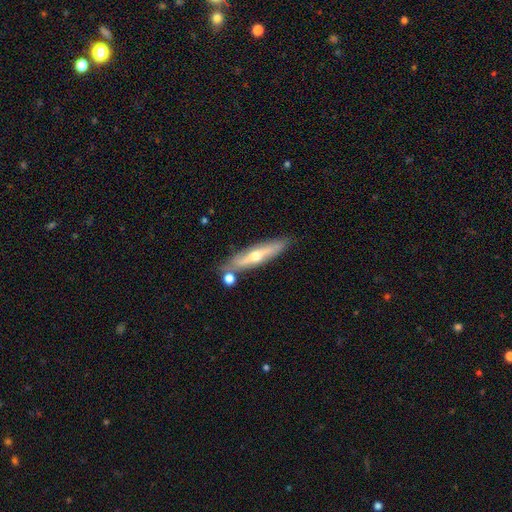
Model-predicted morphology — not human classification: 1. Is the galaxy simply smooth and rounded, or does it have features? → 62% featured or disk, 32% smooth, 6% star or artifact.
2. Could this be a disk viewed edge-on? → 79% yes, 21% no.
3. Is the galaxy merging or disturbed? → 76% none, 13% minor disturbance, 8% merger, 3% major disturbance.